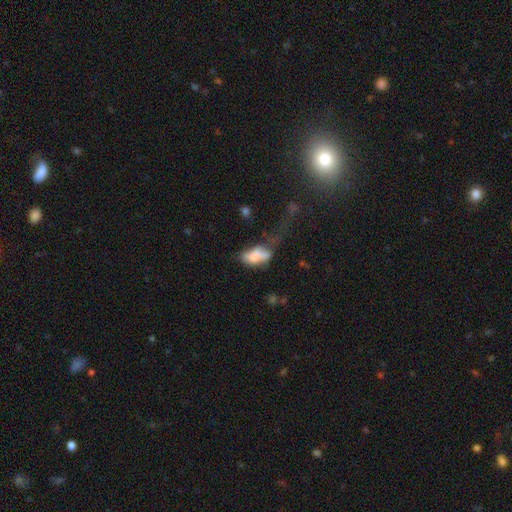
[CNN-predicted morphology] smooth-or-featured: smooth: 58% | featured or disk: 32% | star or artifact: 11%
  how-rounded: in between: 83% | cigar-shaped: 11% | round: 6%
  merging: major disturbance: 40% | minor disturbance: 21% | none: 21% | merger: 18%